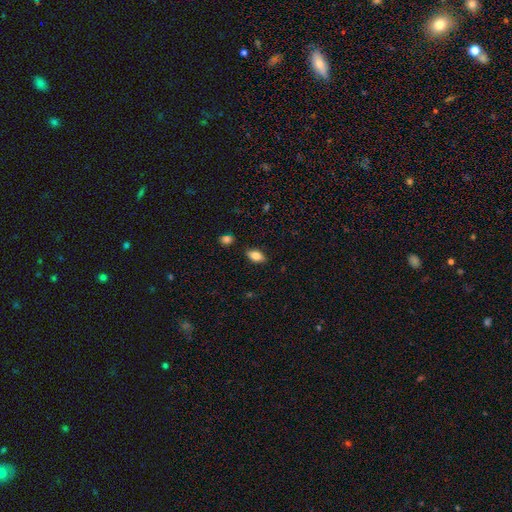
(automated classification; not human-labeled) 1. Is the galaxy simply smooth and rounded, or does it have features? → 76% smooth, 16% featured or disk, 8% star or artifact.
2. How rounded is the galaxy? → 88% in between, 6% cigar-shaped, 6% round.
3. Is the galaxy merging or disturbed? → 84% none, 11% minor disturbance, 3% major disturbance, 2% merger.